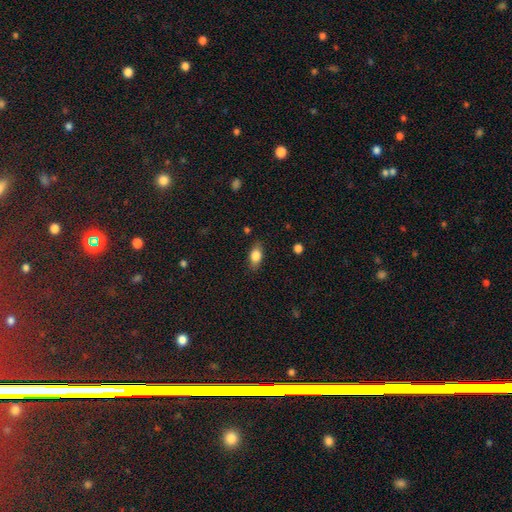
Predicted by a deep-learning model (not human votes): Smooth or featured?
  - smooth: 80% *
  - featured or disk: 12%
  - star or artifact: 8%
How rounded?
  - in between: 84% *
  - round: 8%
  - cigar-shaped: 8%
Merging?
  - none: 83% *
  - minor disturbance: 13%
  - major disturbance: 3%
  - merger: 1%